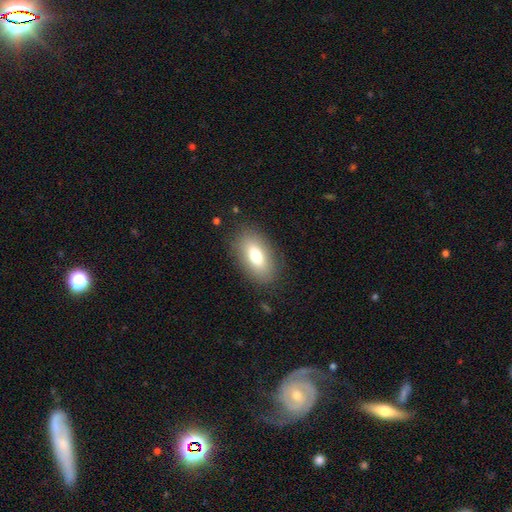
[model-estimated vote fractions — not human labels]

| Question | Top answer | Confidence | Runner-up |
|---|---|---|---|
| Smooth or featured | smooth | 74% | featured or disk (18%) |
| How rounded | in between | 89% | cigar-shaped (6%) |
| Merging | none | 85% | minor disturbance (10%) |